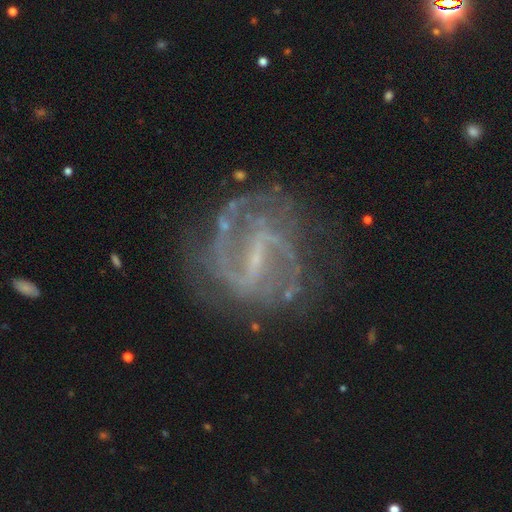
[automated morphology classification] A featured or disk galaxy (87%) with a strong bar (52%), 2 (67%) medium (47%) spiral arms (93%) and a small central bulge (61%). Merging: none (71%).